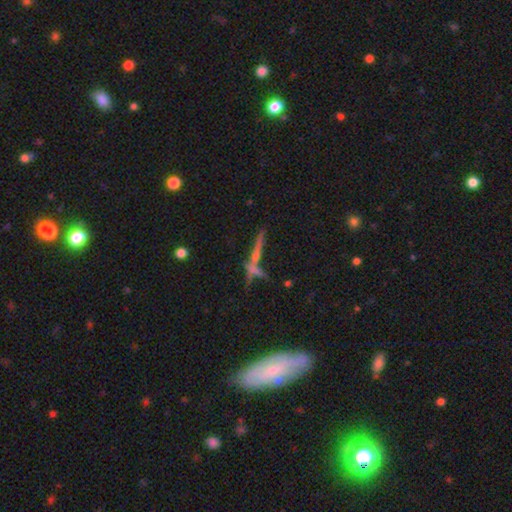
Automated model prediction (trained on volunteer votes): This is possibly a featured or disk galaxy (54%). It is clearly viewed edge-on (86%). Merging: possibly none (57%).